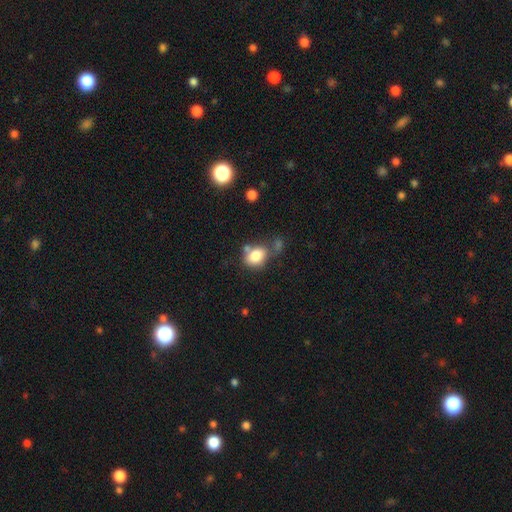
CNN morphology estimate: A smooth galaxy with no disk features (80%) that is in between round and cigar-shaped (64%).

Vote fractions:
- Smooth or featured? smooth: 80% / featured or disk: 10% / star or artifact: 9%
- How rounded? in between: 64% / round: 35% / cigar-shaped: 1%
- Merging? none: 44% / merger: 25% / minor disturbance: 21% / major disturbance: 10%